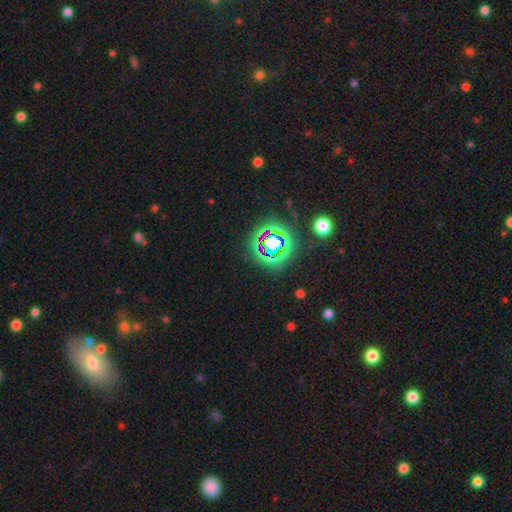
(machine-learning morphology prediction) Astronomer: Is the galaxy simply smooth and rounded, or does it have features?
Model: star or artifact — 68%.